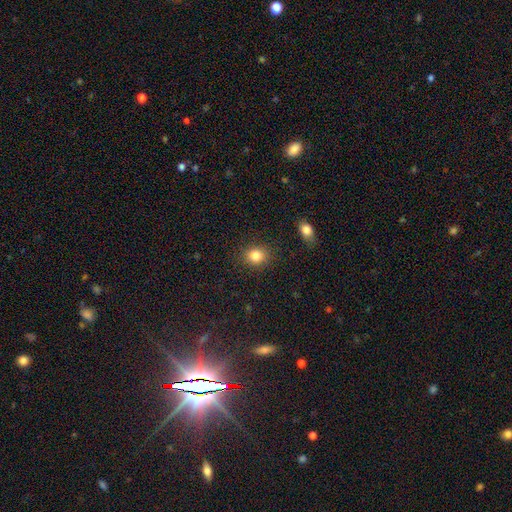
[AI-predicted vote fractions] Smooth or featured: smooth — 84% (star or artifact — 11%)
How rounded: round — 72% (in between — 27%)
Merging: none — 87% (minor disturbance — 8%)